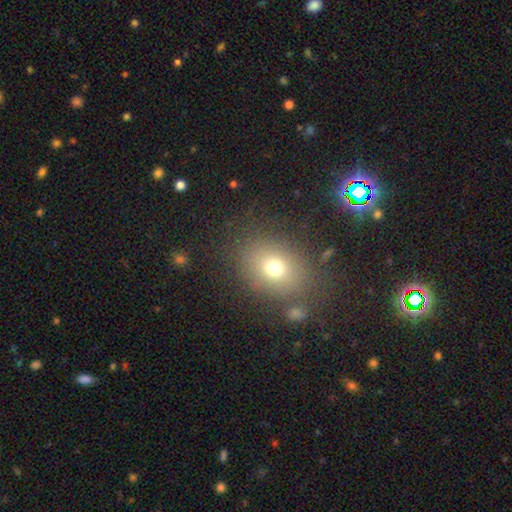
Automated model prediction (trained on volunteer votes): A smooth galaxy with no disk features (62%) that is in between round and cigar-shaped (52%). Merging: none (82%).